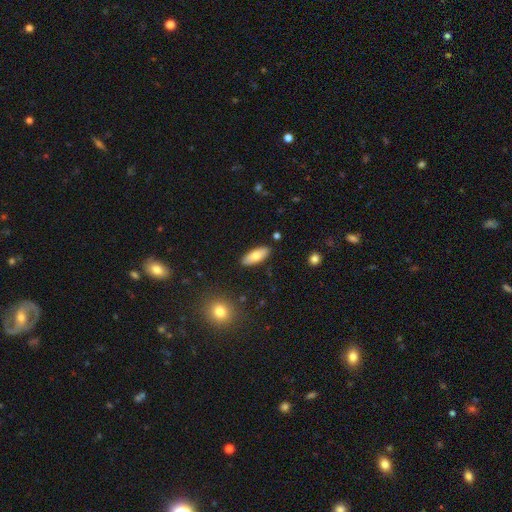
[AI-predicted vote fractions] Q: Smooth or featured?
A: smooth (74%); runner-up: featured or disk (19%)
Q: How rounded?
A: in between (80%); runner-up: cigar-shaped (18%)
Q: Merging?
A: none (88%); runner-up: minor disturbance (9%)